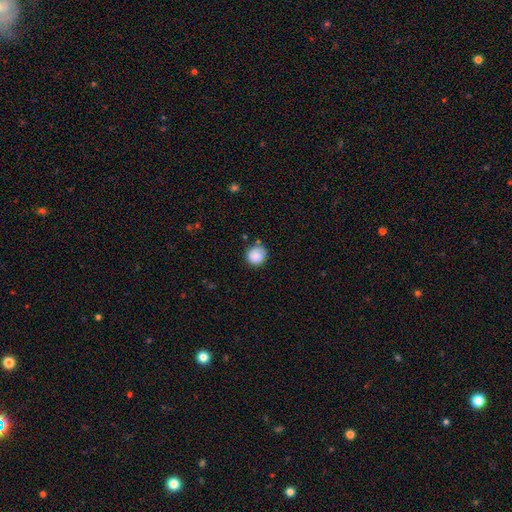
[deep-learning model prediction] This appears to be a smooth galaxy with no disk features (88%) that is round (91%). Merging: none (77%).